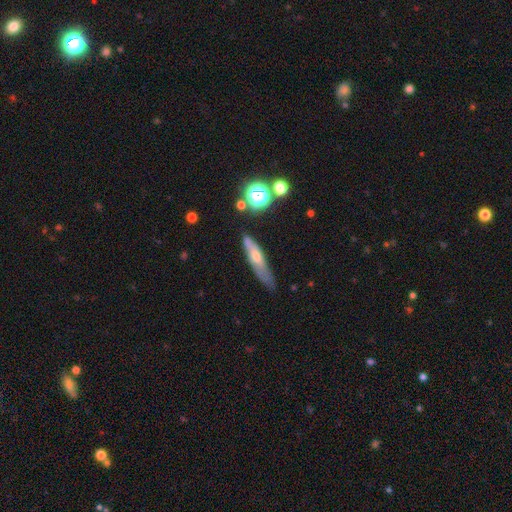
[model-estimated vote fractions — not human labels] The model was most divided on "smooth or featured": featured or disk: 47%, smooth: 39%, star or artifact: 14%. More confident: merging — none (70%).